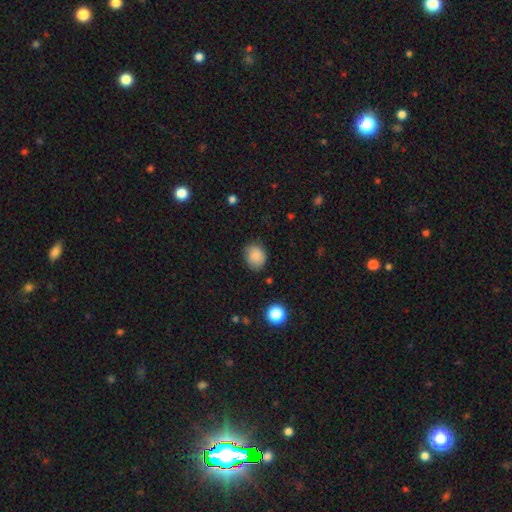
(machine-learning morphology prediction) Smooth or featured: smooth — 86% (star or artifact — 9%)
How rounded: round — 60% (in between — 39%)
Merging: none — 78% (minor disturbance — 16%)